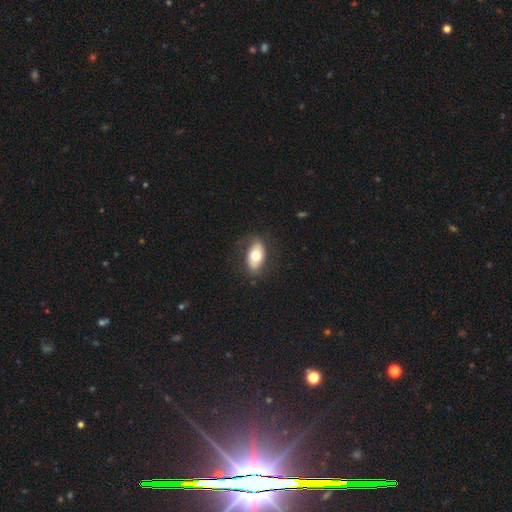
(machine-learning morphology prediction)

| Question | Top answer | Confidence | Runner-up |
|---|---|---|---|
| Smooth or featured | smooth | 65% | featured or disk (29%) |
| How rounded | in between | 91% | round (6%) |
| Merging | none | 79% | minor disturbance (15%) |